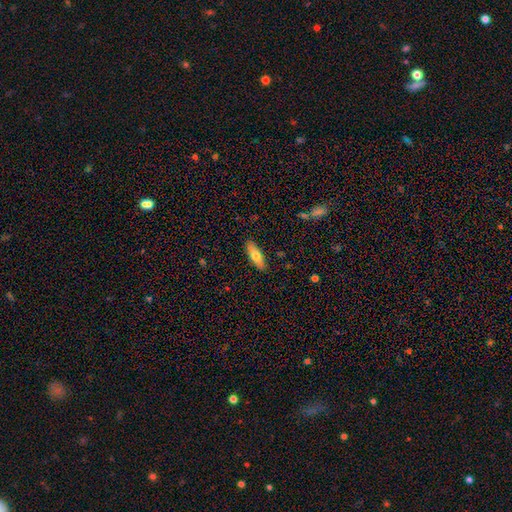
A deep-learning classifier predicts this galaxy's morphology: Smooth or featured?
  - smooth: 69% *
  - featured or disk: 24%
  - star or artifact: 6%
How rounded?
  - in between: 59% *
  - cigar-shaped: 38%
  - round: 2%
Merging?
  - none: 88% *
  - minor disturbance: 9%
  - major disturbance: 2%
  - merger: 1%